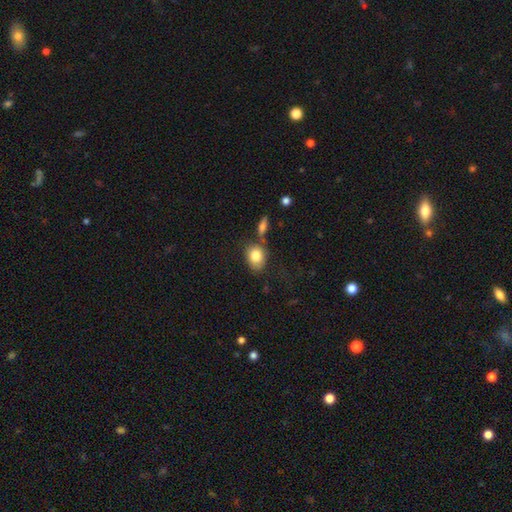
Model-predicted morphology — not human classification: Q: Smooth or featured?
A: smooth (83%); runner-up: featured or disk (10%)
Q: How rounded?
A: in between (65%); runner-up: round (34%)
Q: Merging?
A: none (58%); runner-up: minor disturbance (18%)